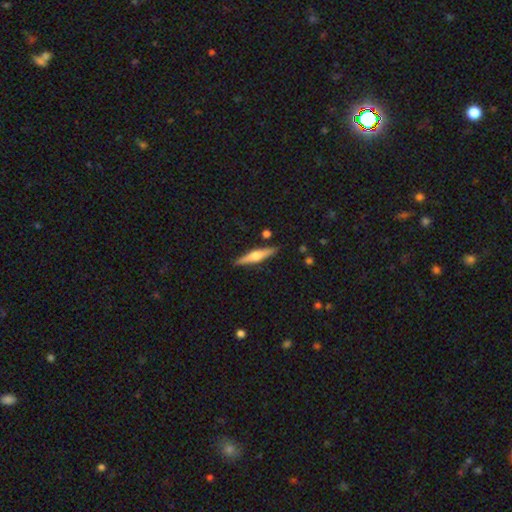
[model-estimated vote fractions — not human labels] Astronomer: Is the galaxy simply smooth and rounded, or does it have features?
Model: featured or disk — 60%.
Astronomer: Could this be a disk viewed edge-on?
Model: yes — 96%.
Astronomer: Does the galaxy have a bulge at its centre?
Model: rounded — 89%.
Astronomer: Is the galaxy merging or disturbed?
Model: none — 88%.